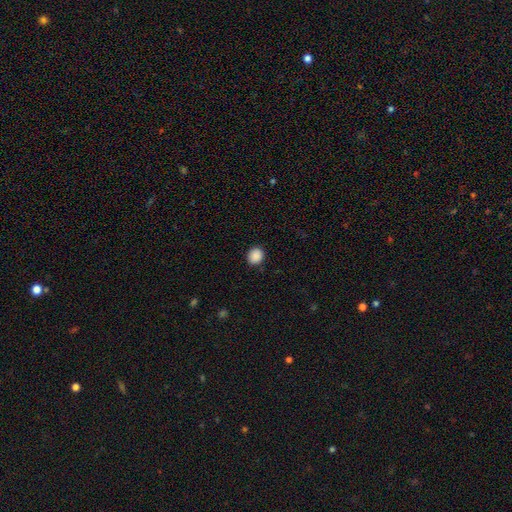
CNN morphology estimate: Smooth or featured?
  - smooth: 89% *
  - star or artifact: 9%
  - featured or disk: 2%
How rounded?
  - round: 79% *
  - in between: 20%
  - cigar-shaped: 1%
Merging?
  - none: 90% *
  - minor disturbance: 7%
  - major disturbance: 2%
  - merger: 1%